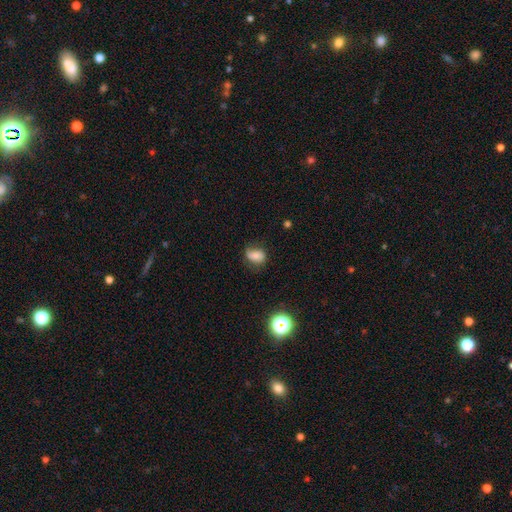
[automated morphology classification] Q: Smooth or featured?
A: smooth (59%); runner-up: featured or disk (29%)
Q: How rounded?
A: in between (65%); runner-up: round (33%)
Q: Merging?
A: none (59%); runner-up: minor disturbance (28%)